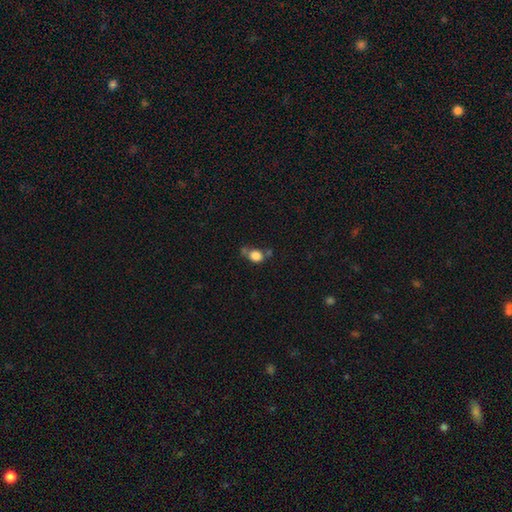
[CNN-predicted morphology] Smooth or featured? Predicted: smooth (p=0.82). How rounded? Predicted: round (p=0.61). Merging? Predicted: none (p=0.49).